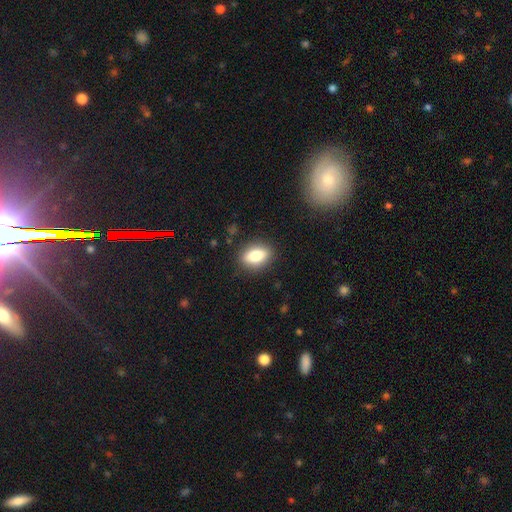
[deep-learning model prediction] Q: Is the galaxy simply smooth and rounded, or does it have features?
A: smooth — 79%.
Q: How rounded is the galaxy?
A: in between — 82%.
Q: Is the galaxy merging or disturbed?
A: none — 86%.